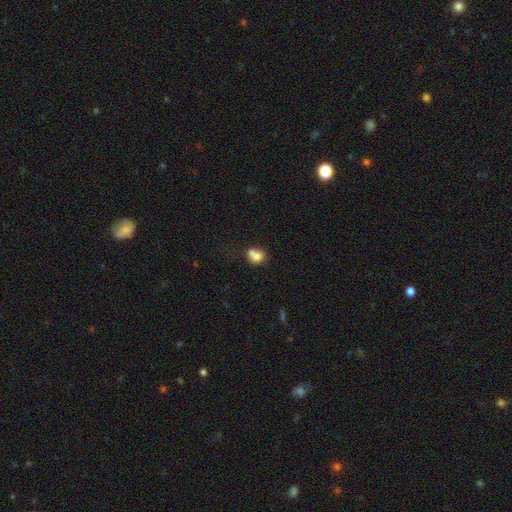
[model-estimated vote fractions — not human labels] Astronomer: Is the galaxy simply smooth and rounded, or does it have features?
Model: smooth — 73%.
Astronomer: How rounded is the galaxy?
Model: round — 64%.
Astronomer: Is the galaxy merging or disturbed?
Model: merger — 57%.